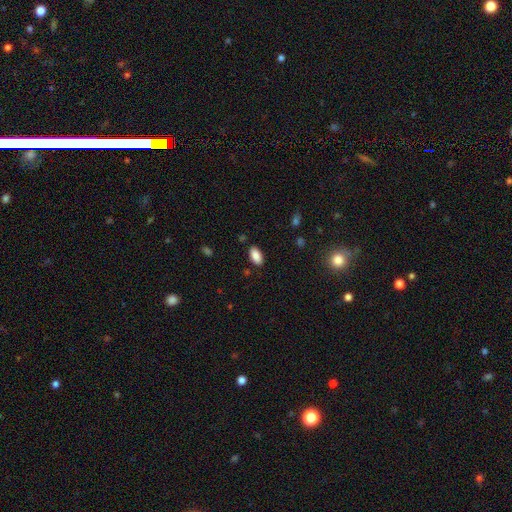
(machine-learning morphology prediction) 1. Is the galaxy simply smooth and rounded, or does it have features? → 88% smooth, 8% star or artifact, 4% featured or disk.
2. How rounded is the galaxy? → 93% in between, 4% cigar-shaped, 3% round.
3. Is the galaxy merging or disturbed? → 87% none, 10% minor disturbance, 2% major disturbance, 1% merger.